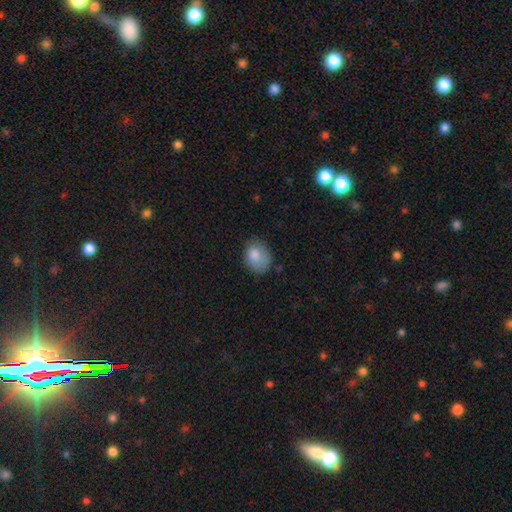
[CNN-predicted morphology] Smooth or featured: smooth — 81% (featured or disk — 11%)
How rounded: in between — 59% (round — 40%)
Merging: none — 59% (minor disturbance — 29%)